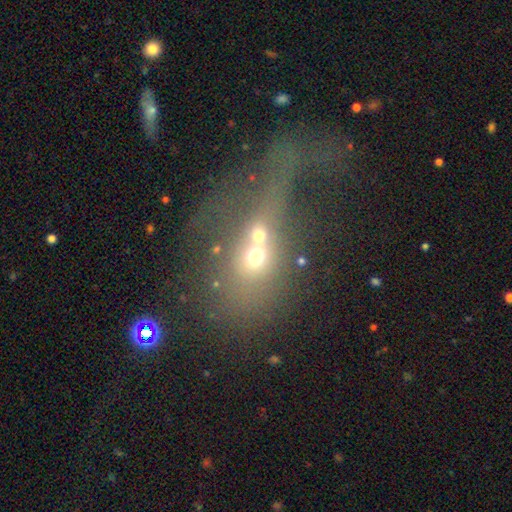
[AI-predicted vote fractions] smooth 44%, featured or disk 36%, star or artifact 20%. Down the decision tree: merging — merger (64%).